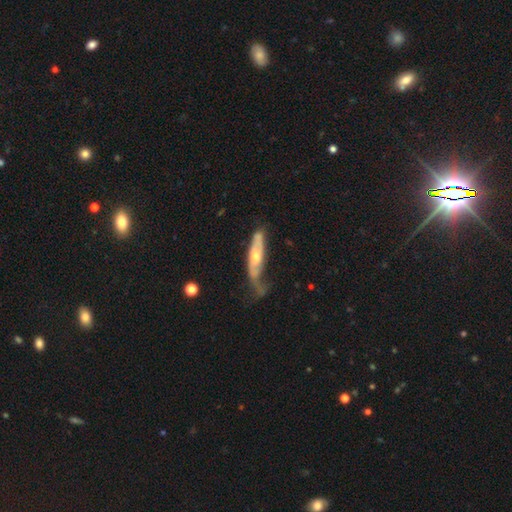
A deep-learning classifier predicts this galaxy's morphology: The model was most divided on "merging": major disturbance: 35%, minor disturbance: 31%, none: 27%, merger: 6%. More confident: edge-on disk — no (62%); smooth or featured — featured or disk (59%).